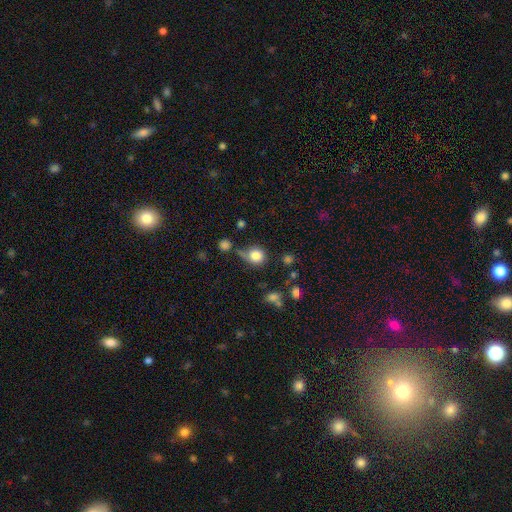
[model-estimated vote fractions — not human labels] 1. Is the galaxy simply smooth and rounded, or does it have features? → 82% smooth, 11% star or artifact, 8% featured or disk.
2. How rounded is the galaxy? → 83% round, 16% in between, 1% cigar-shaped.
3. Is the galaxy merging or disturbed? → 55% none, 22% minor disturbance, 12% merger, 11% major disturbance.